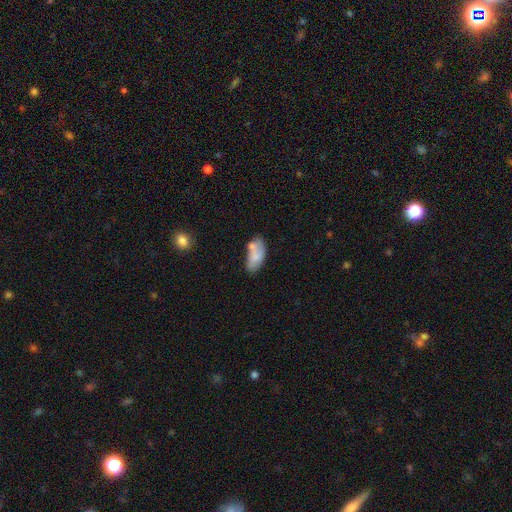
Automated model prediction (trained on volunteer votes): This is likely a smooth galaxy (71%). How rounded: clearly in between (91%). Merging: possibly none (46%).